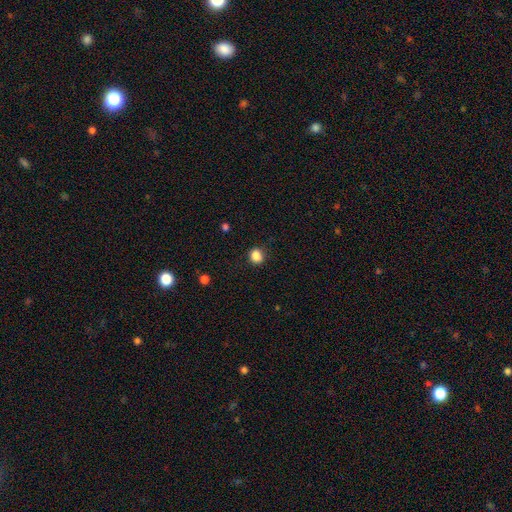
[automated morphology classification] Q: Smooth or featured?
A: smooth (85%); runner-up: star or artifact (11%)
Q: How rounded?
A: round (71%); runner-up: in between (28%)
Q: Merging?
A: none (82%); runner-up: minor disturbance (13%)